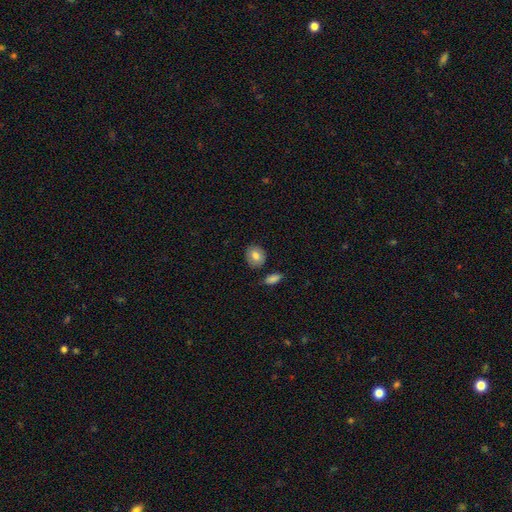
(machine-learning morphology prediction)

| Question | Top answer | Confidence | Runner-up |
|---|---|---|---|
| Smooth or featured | smooth | 79% | featured or disk (13%) |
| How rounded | round | 64% | in between (35%) |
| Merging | none | 80% | minor disturbance (12%) |